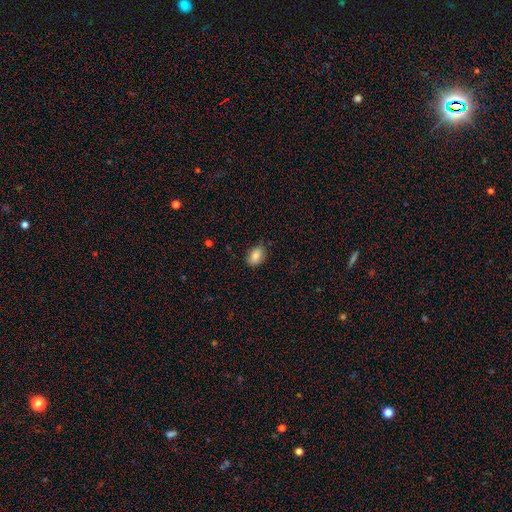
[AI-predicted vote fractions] smooth 85%, star or artifact 8%, featured or disk 7%. Down the decision tree: how rounded — in between (83%); merging — none (75%).